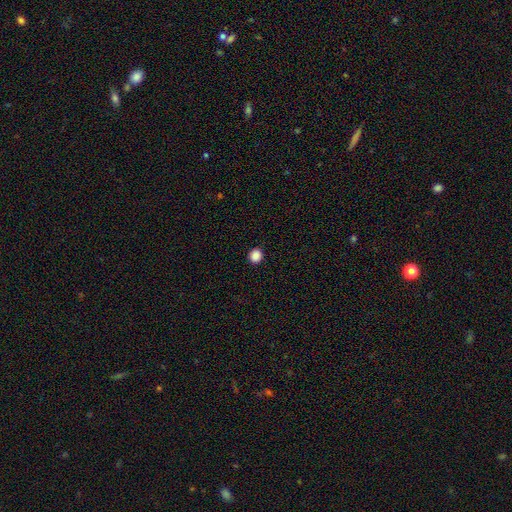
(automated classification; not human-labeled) smooth-or-featured: smooth: 87% | star or artifact: 10% | featured or disk: 2%
  how-rounded: round: 84% | in between: 15% | cigar-shaped: 1%
  merging: none: 93% | minor disturbance: 5% | major disturbance: 2% | merger: 1%